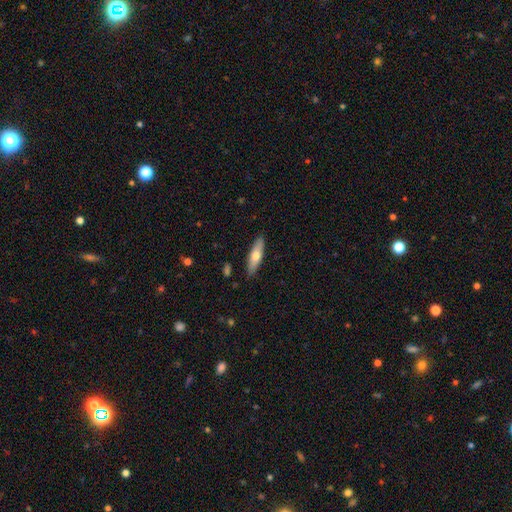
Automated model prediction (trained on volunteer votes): smooth_or_featured: smooth (p=0.60) [alt: featured or disk p=0.35]
how_rounded: cigar-shaped (p=0.59) [alt: in between p=0.38]
merging: none (p=0.88) [alt: minor disturbance p=0.09]